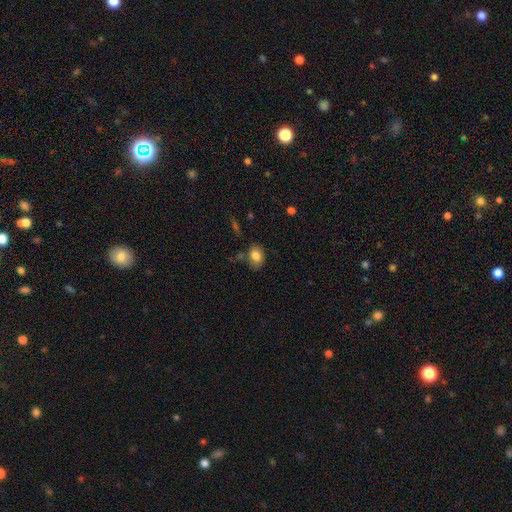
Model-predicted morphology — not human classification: Smooth or featured? Predicted: smooth (p=0.83). How rounded? Predicted: in between (p=0.72). Merging? Predicted: none (p=0.73).